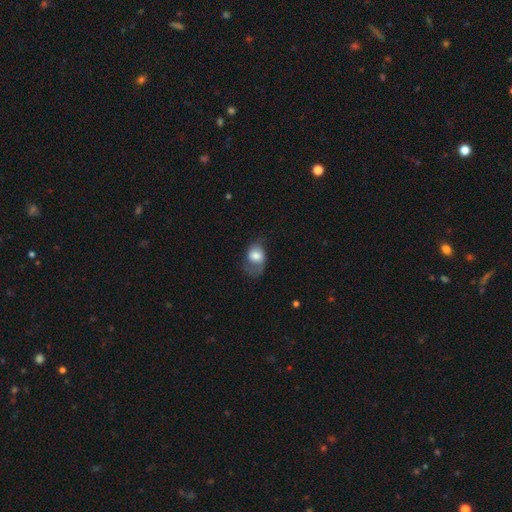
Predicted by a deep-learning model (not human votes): smooth-or-featured: smooth: 65% | featured or disk: 28% | star or artifact: 7%
  how-rounded: in between: 68% | round: 31% | cigar-shaped: 1%
  merging: major disturbance: 36% | none: 33% | minor disturbance: 29% | merger: 2%